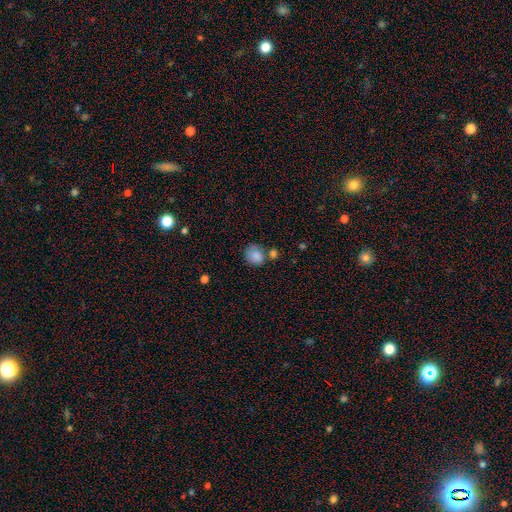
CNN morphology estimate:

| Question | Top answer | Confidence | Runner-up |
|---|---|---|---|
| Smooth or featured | smooth | 85% | star or artifact (8%) |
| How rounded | round | 72% | in between (27%) |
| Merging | none | 56% | merger (19%) |